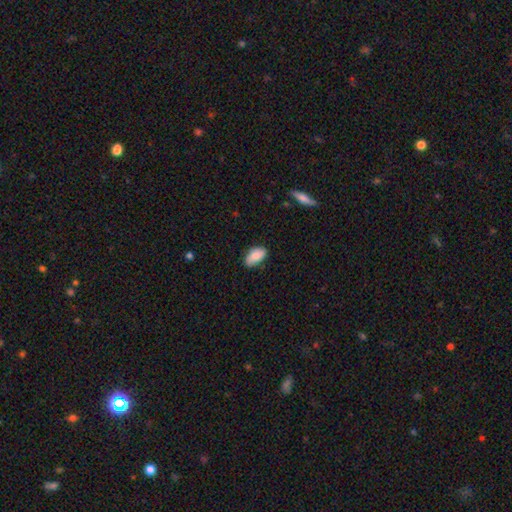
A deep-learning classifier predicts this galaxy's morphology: Smooth or featured? Predicted: smooth (p=0.85). How rounded? Predicted: in between (p=0.93). Merging? Predicted: none (p=0.74).